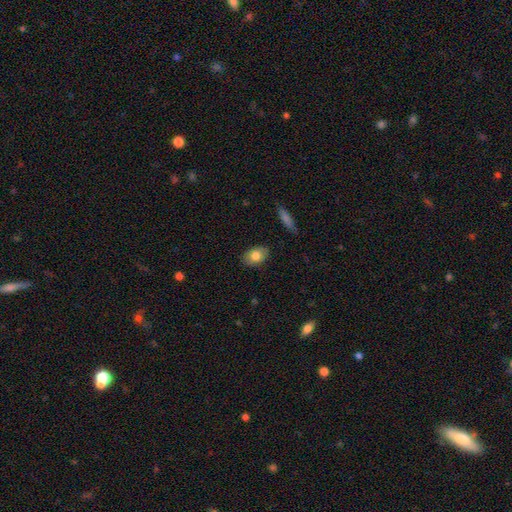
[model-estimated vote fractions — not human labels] smooth_or_featured: smooth (p=0.79) [alt: featured or disk p=0.14]
how_rounded: in between (p=0.85) [alt: round p=0.14]
merging: none (p=0.86) [alt: minor disturbance p=0.11]